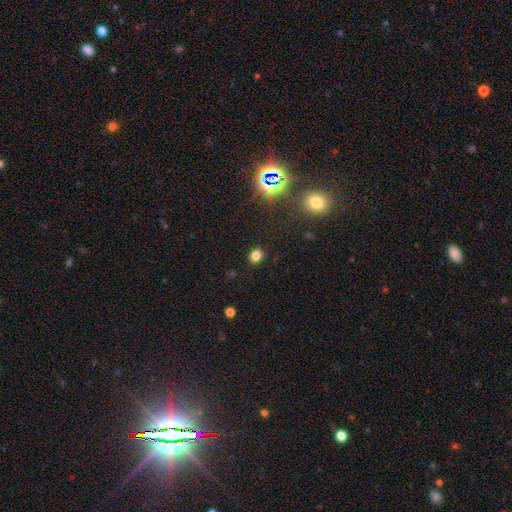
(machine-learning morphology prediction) Smooth or featured: smooth — 78% (star or artifact — 17%)
How rounded: round — 57% (in between — 42%)
Merging: none — 87% (minor disturbance — 9%)